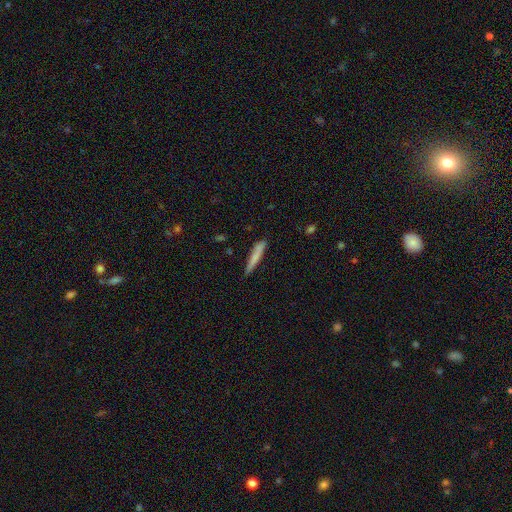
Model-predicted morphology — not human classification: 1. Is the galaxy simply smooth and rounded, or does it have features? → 74% smooth, 20% featured or disk, 6% star or artifact.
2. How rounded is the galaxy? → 95% cigar-shaped, 4% in between, 1% round.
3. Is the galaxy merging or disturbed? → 82% none, 14% minor disturbance, 2% major disturbance, 2% merger.